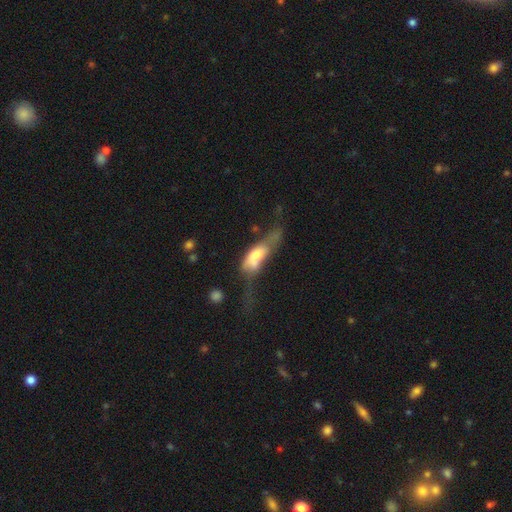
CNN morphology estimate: This appears to be a smooth galaxy with no disk features (51%) that is in between round and cigar-shaped (66%). Merging: major disturbance (45%).